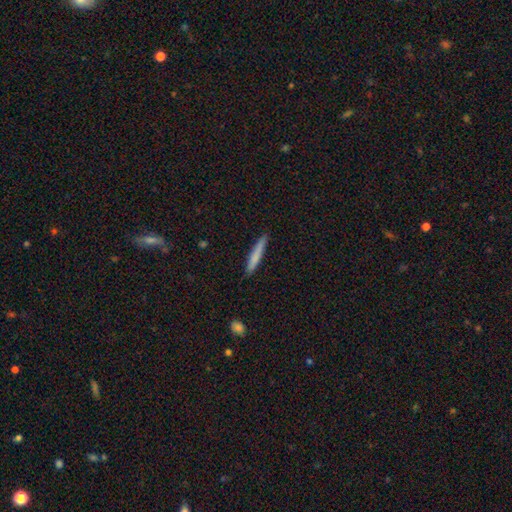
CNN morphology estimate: Overall: smooth (75%). How rounded: cigar-shaped (95%). Merging: none (89%).